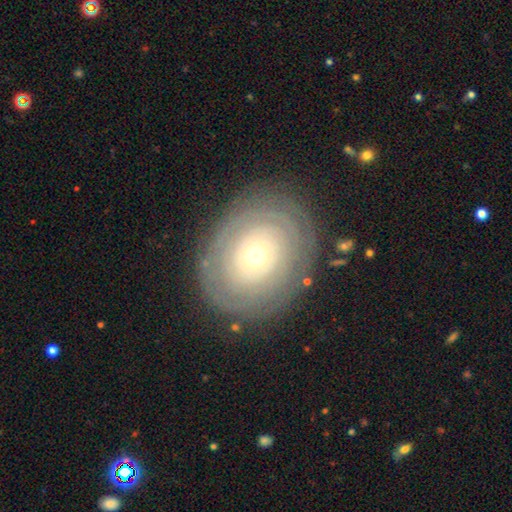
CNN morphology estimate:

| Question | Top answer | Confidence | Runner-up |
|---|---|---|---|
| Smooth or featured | featured or disk | 65% | smooth (28%) |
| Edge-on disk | no | 95% | yes (5%) |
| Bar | no | 90% | weak (7%) |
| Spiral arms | yes | 54% | no (46%) |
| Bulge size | small | 56% | moderate (39%) |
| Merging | none | 83% | minor disturbance (11%) |